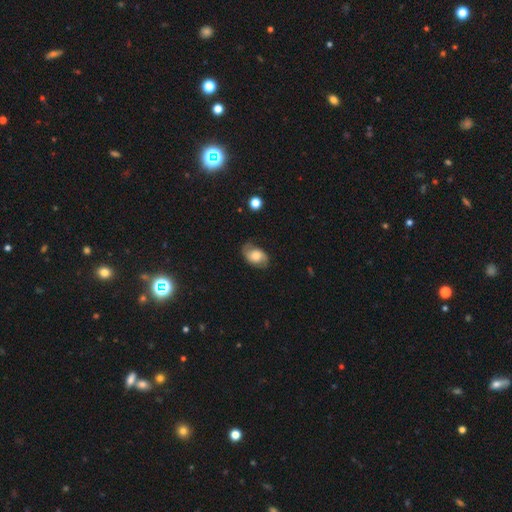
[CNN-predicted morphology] smooth_or_featured: featured or disk (p=0.56) [alt: smooth p=0.36]
disk_edge_on: no (p=0.96) [alt: yes p=0.04]
bar: no (p=0.69) [alt: weak p=0.26]
has_spiral_arms: yes (p=0.87) [alt: no p=0.13]
bulge_size: moderate (p=0.49) [alt: small p=0.22]
merging: none (p=0.72) [alt: minor disturbance p=0.20]